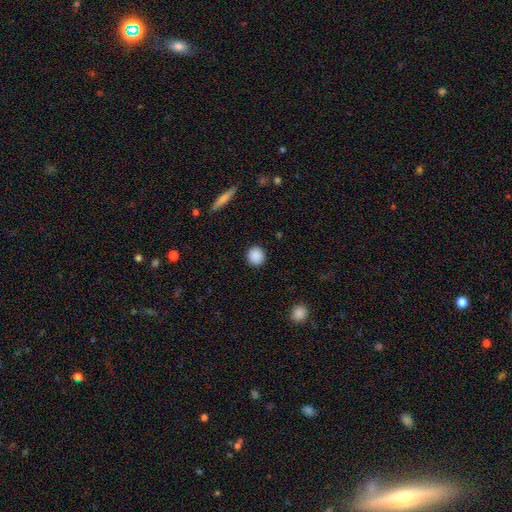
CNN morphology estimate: Q: Smooth or featured?
A: smooth (89%); runner-up: star or artifact (8%)
Q: How rounded?
A: round (92%); runner-up: in between (6%)
Q: Merging?
A: none (91%); runner-up: minor disturbance (5%)